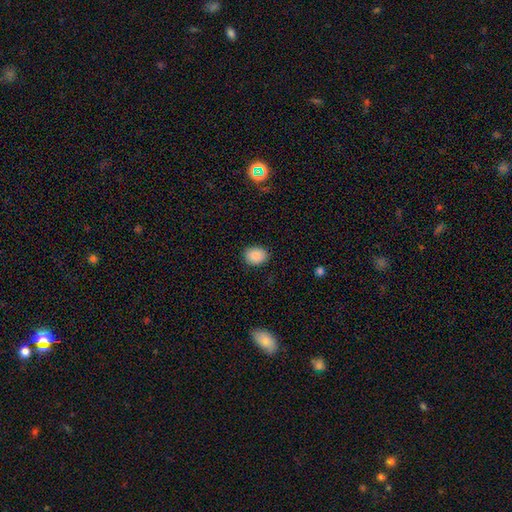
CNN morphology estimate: This appears to be a smooth galaxy with no disk features (88%) that is round (54%). Merging: none (88%).